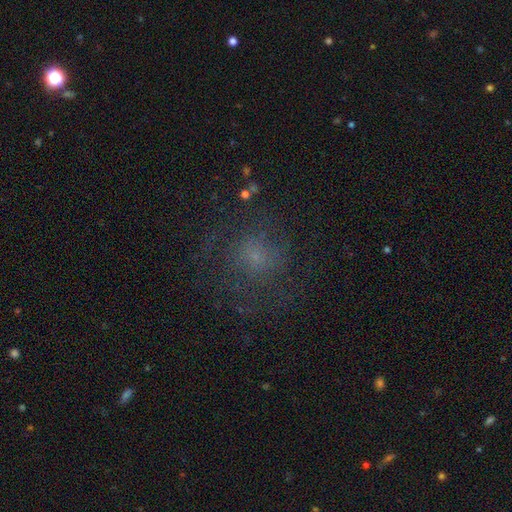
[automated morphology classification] Smooth or featured? Predicted: smooth (p=0.44). Merging? Predicted: none (p=0.65).